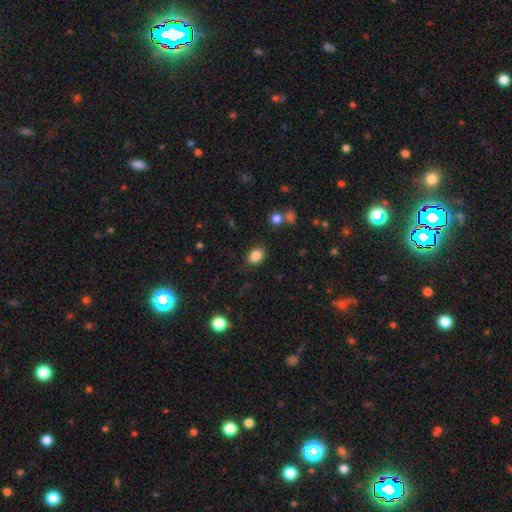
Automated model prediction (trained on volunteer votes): Overall: smooth (86%). How rounded: in between (76%). Merging: none (83%).